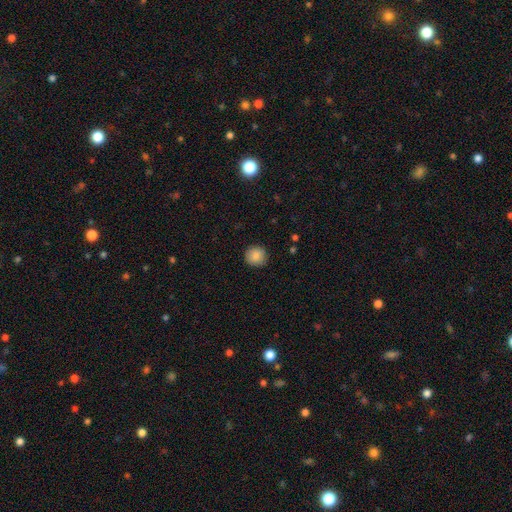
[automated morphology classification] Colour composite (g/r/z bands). It shows a smooth galaxy with no disk features (87%) that is round (92%). Merging: none (90%).